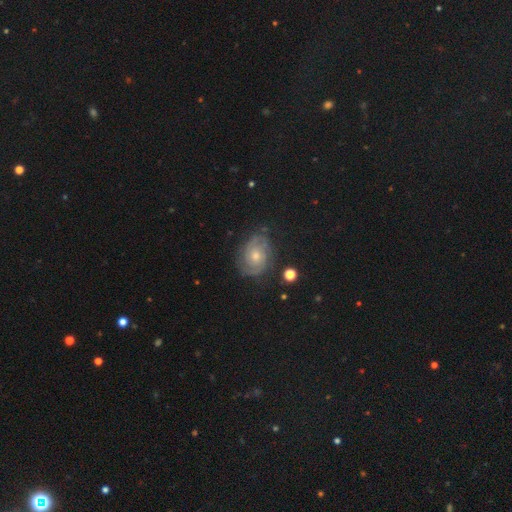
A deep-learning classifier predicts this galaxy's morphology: featured or disk 83%, smooth 11%, star or artifact 6%. Down the decision tree: edge-on disk — no (97%); bar — no (75%); spiral arms — yes (95%); spiral arm count — 2 (56%); spiral winding — tight (63%); bulge size — moderate (53%); merging — none (75%).